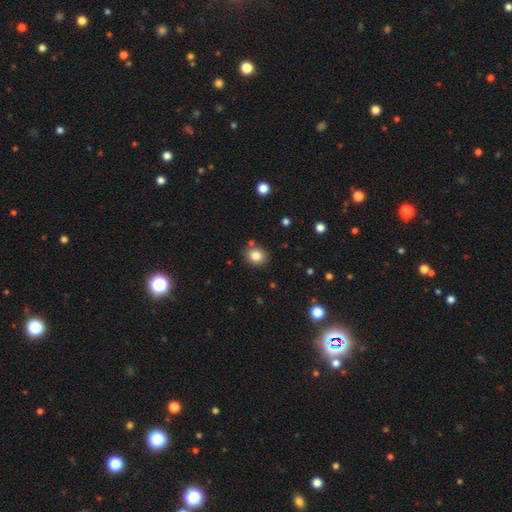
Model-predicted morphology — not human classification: The model was most divided on "how rounded": round: 77%, in between: 22%, cigar-shaped: 1%. More confident: merging — none (83%); smooth or featured — smooth (83%).